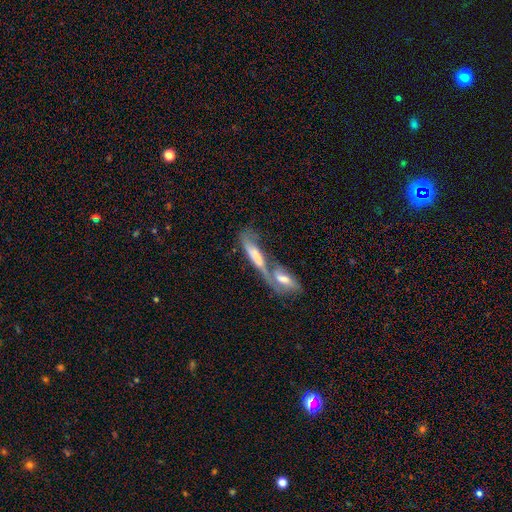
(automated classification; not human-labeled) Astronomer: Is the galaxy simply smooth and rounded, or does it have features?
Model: featured or disk — 47% (runner-up: smooth, 45%).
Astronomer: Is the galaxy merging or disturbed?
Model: merger — 65%.